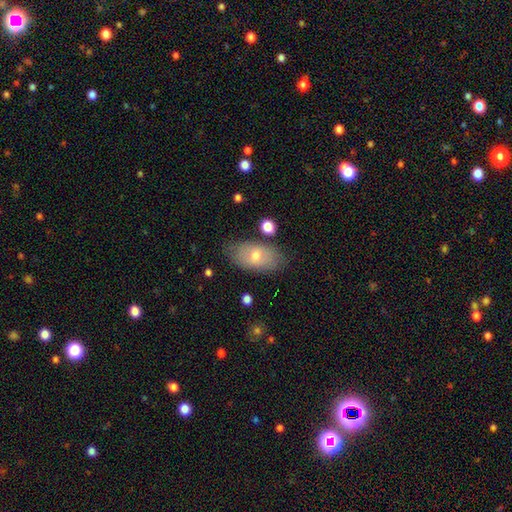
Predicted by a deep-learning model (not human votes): A smooth galaxy with no disk features (65%) that is in between round and cigar-shaped (92%).

Vote fractions:
- Smooth or featured? smooth: 65% / featured or disk: 27% / star or artifact: 8%
- How rounded? in between: 92% / round: 5% / cigar-shaped: 3%
- Merging? none: 76% / minor disturbance: 16% / major disturbance: 4% / merger: 3%